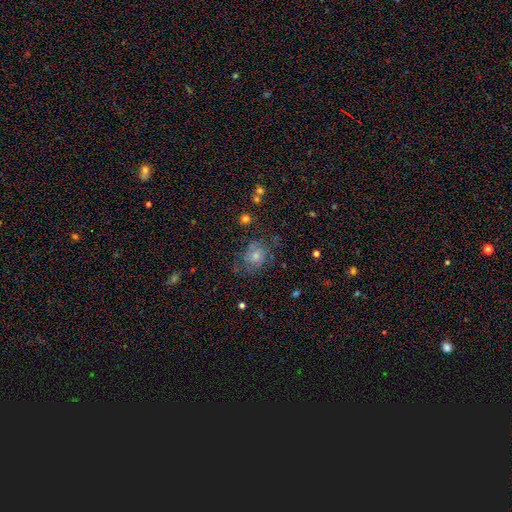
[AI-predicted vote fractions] smooth 50%, featured or disk 38%, star or artifact 12%. Down the decision tree: merging — none (53%).